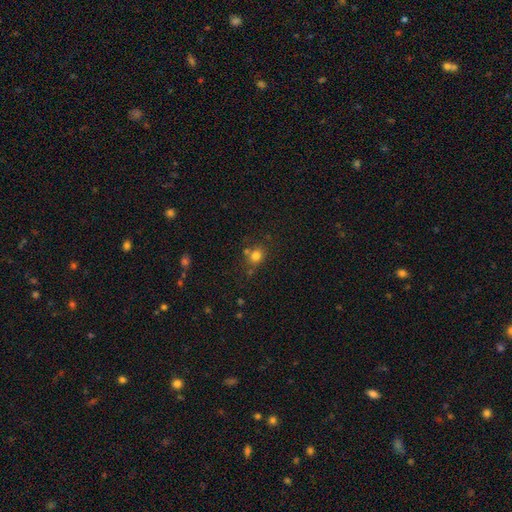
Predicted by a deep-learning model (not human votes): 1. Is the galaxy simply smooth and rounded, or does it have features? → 78% smooth, 14% star or artifact, 7% featured or disk.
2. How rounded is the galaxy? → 77% round, 22% in between, 1% cigar-shaped.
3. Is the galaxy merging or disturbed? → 67% none, 14% merger, 13% minor disturbance, 5% major disturbance.